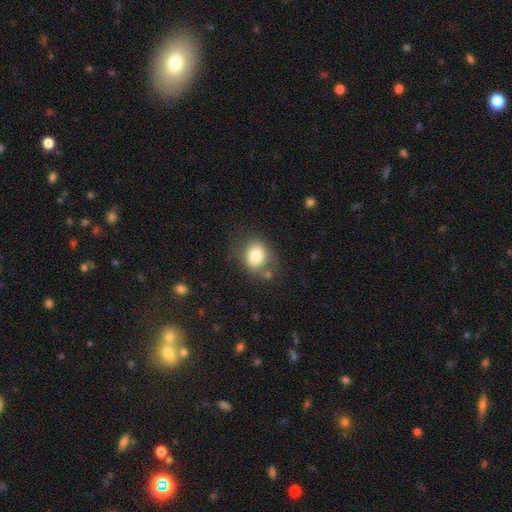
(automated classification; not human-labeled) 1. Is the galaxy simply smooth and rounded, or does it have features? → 78% smooth, 13% featured or disk, 9% star or artifact.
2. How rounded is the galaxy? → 61% round, 38% in between, 1% cigar-shaped.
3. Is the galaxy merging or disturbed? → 67% none, 19% minor disturbance, 7% major disturbance, 7% merger.